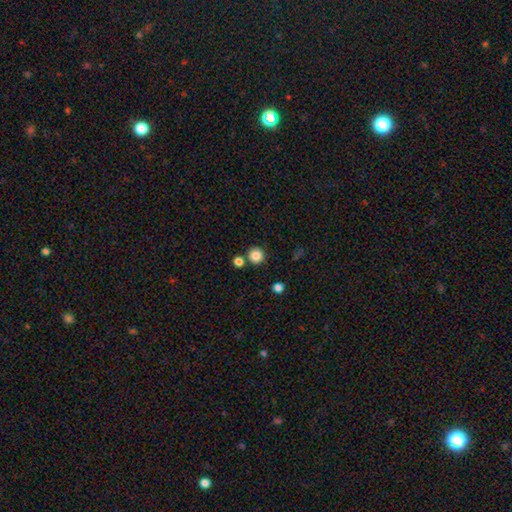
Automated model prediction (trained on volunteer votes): Smooth or featured? Predicted: smooth (p=0.85). How rounded? Predicted: round (p=0.95). Merging? Predicted: none (p=0.81).